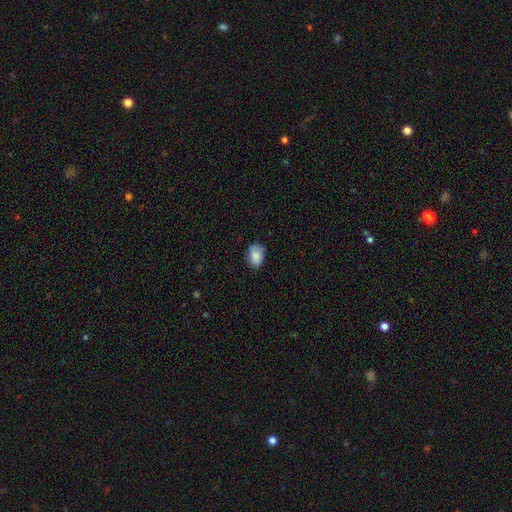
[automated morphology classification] Smooth or featured: smooth — 85% (featured or disk — 8%)
How rounded: in between — 80% (round — 18%)
Merging: none — 71% (minor disturbance — 23%)